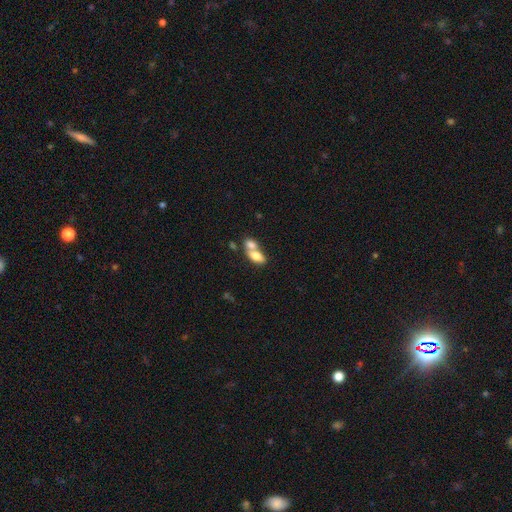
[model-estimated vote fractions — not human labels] This is likely a smooth galaxy (73%). How rounded: clearly in between (85%). Merging: likely merger (68%).